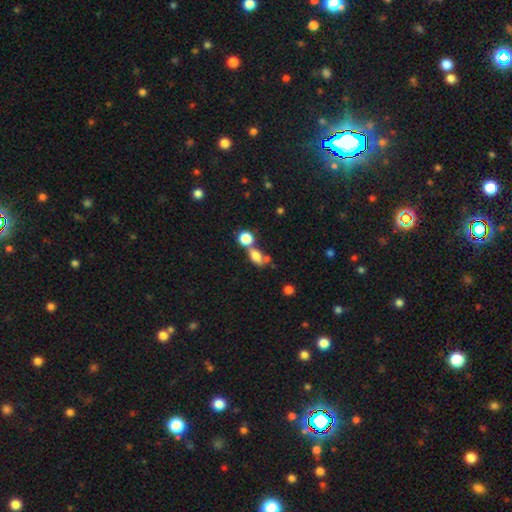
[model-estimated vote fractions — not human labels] Smooth or featured? smooth (72%)
How rounded? in between (70%)
Merging? merger (41%)